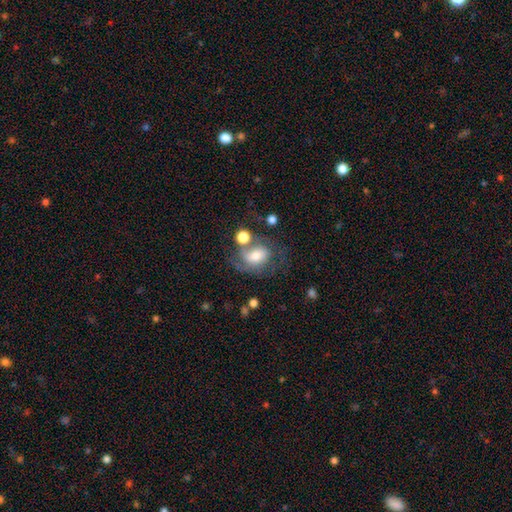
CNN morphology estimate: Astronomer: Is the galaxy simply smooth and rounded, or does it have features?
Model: featured or disk — 50% (runner-up: smooth, 40%).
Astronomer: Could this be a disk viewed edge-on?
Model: no — 96%.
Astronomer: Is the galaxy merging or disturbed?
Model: none — 39% (runner-up: major disturbance, 20%).